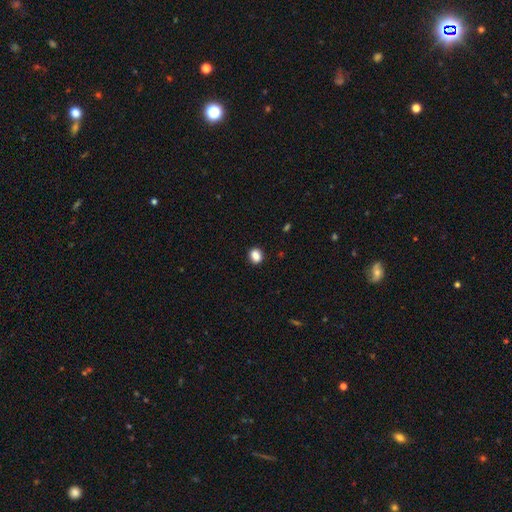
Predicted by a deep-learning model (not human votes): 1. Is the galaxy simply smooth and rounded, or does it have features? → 87% smooth, 10% star or artifact, 3% featured or disk.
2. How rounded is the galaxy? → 57% in between, 41% round, 1% cigar-shaped.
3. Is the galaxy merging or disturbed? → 88% none, 9% minor disturbance, 2% major disturbance, 1% merger.